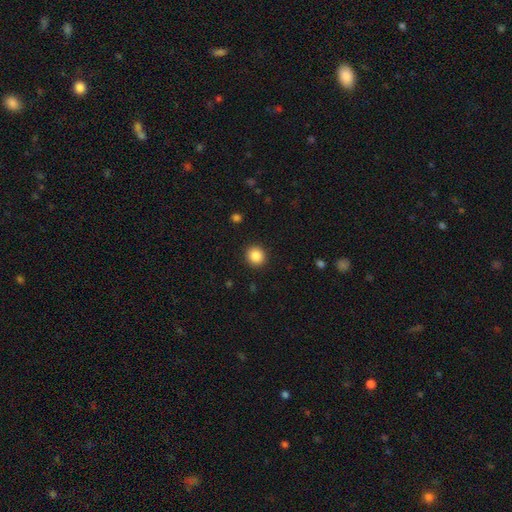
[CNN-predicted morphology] Overall: smooth (86%). How rounded: round (91%). Merging: none (92%).